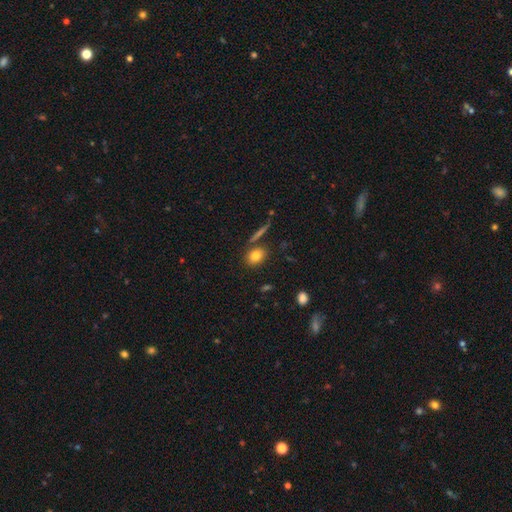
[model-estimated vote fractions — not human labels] Smooth or featured? Predicted: smooth (p=0.80). How rounded? Predicted: in between (p=0.49). Merging? Predicted: none (p=0.78).